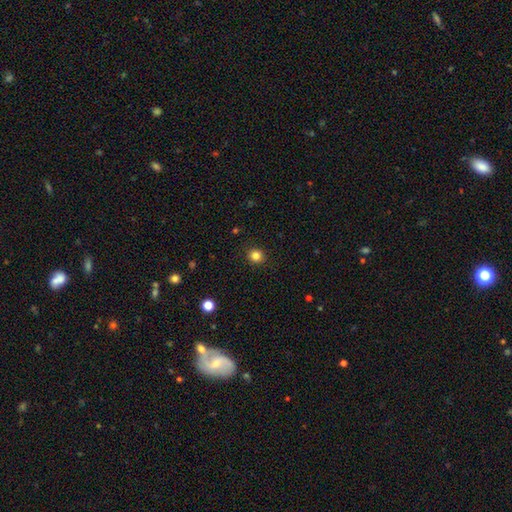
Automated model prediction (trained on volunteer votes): The model was most divided on "smooth or featured": smooth: 84%, star or artifact: 12%, featured or disk: 4%. More confident: merging — none (91%); how rounded — round (87%).